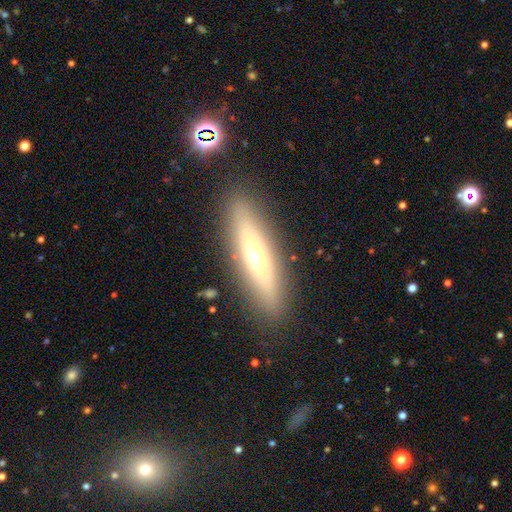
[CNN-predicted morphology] Smooth or featured? Predicted: smooth (p=0.50). Merging? Predicted: none (p=0.86).